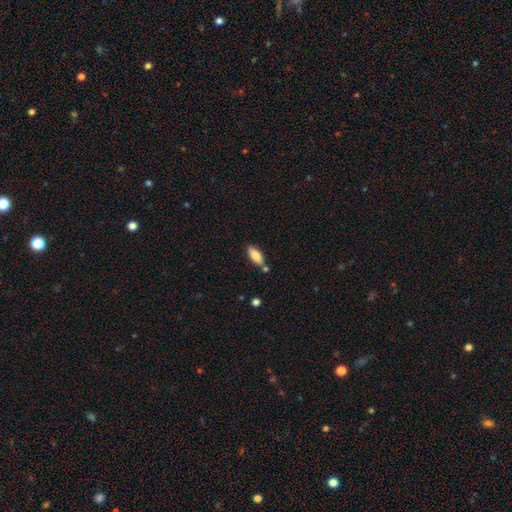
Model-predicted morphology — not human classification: Overall: smooth (82%). How rounded: in between (80%). Merging: none (71%).